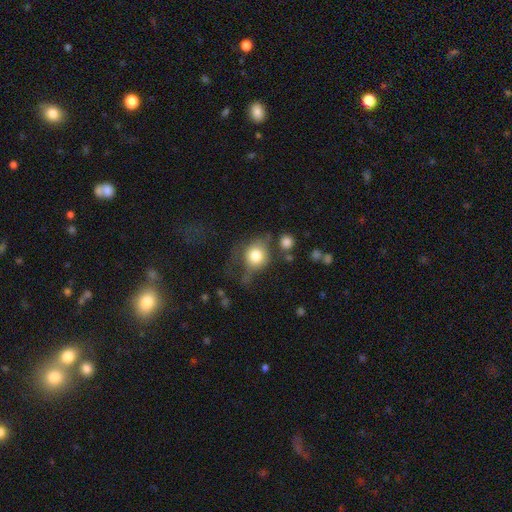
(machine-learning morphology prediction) A smooth galaxy with no disk features (76%) that is round (74%). Merging: none (42%).